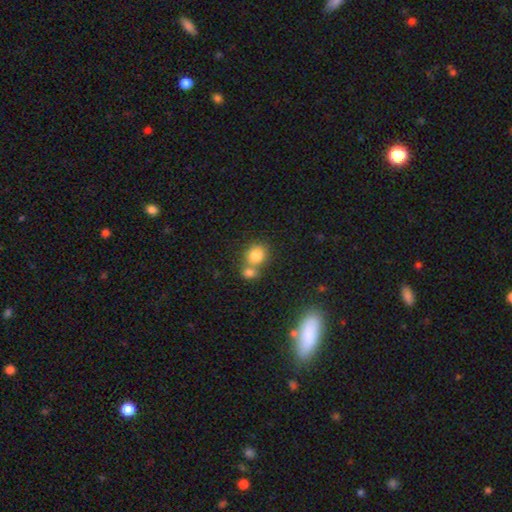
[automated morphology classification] type=smooth (81%); roundness=round (75%); merging=merger (45%).